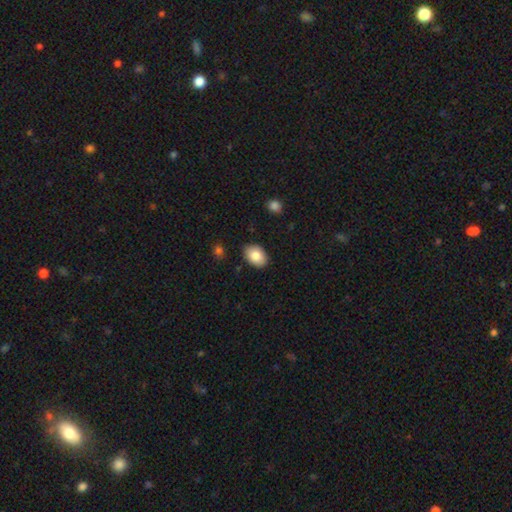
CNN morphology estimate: Overall: smooth (85%). How rounded: in between (85%). Merging: none (87%).